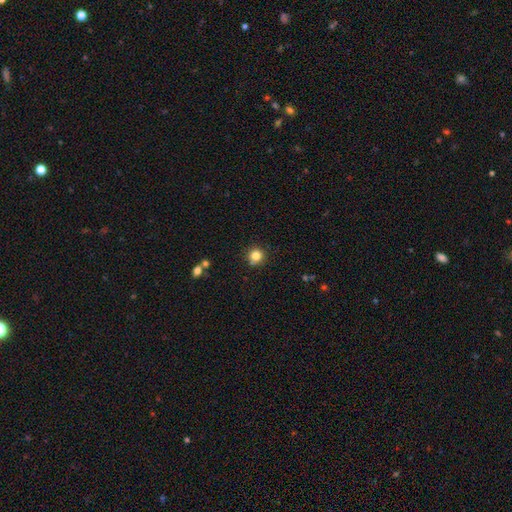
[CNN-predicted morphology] smooth 82%, star or artifact 12%, featured or disk 6%. Down the decision tree: how rounded — round (93%); merging — none (84%).